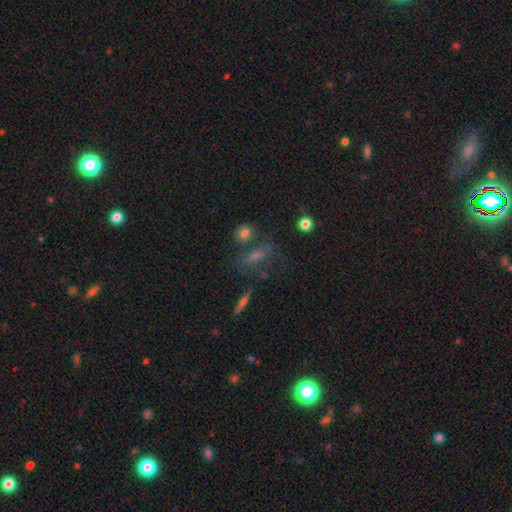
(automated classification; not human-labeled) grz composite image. It shows a smooth galaxy with no disk features (39%). Merging: none (60%).